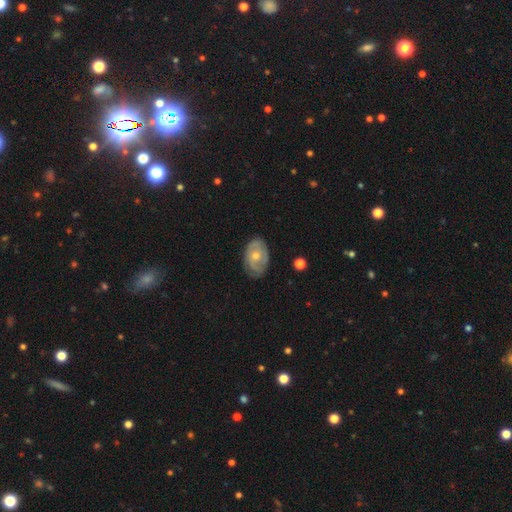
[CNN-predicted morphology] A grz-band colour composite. It shows a featured or disk galaxy (67%) with no bar (77%), 2 (40%) tight (59%) spiral arms (81%) and a moderate central bulge (53%). Merging: none (73%).